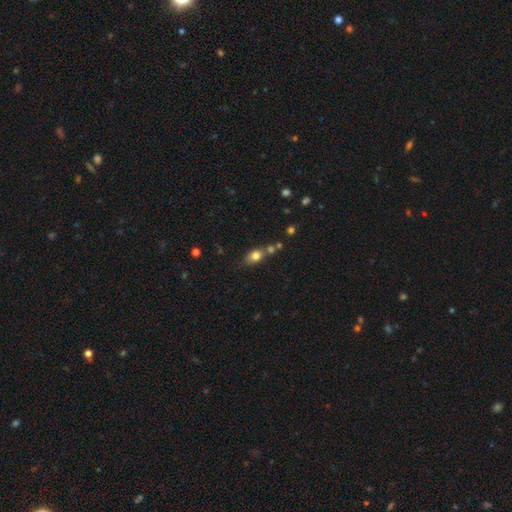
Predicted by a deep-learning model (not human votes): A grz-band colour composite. It shows a smooth galaxy with no disk features (75%) that is in between round and cigar-shaped (69%). Merging: none (49%).